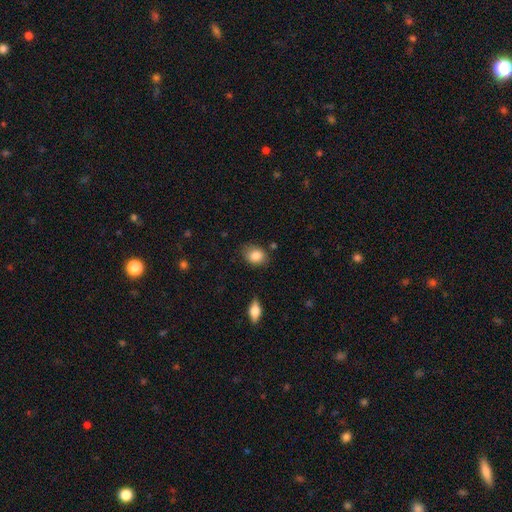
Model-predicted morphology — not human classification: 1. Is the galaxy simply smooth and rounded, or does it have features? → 84% smooth, 8% star or artifact, 8% featured or disk.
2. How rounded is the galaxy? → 59% in between, 39% round, 1% cigar-shaped.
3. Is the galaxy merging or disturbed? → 77% none, 17% minor disturbance, 3% major disturbance, 3% merger.